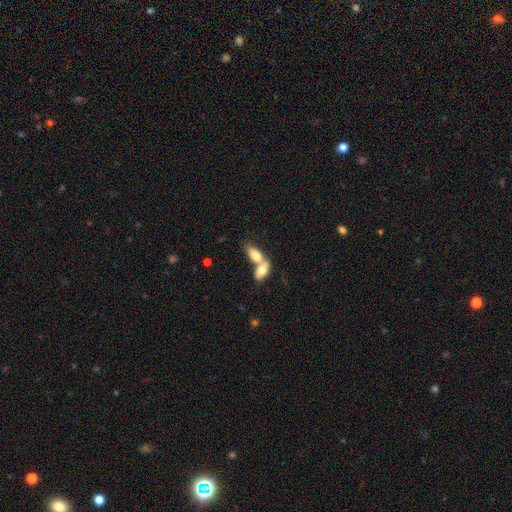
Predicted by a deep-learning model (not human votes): This is likely a smooth galaxy (75%). How rounded: clearly in between (88%). Merging: likely merger (75%).